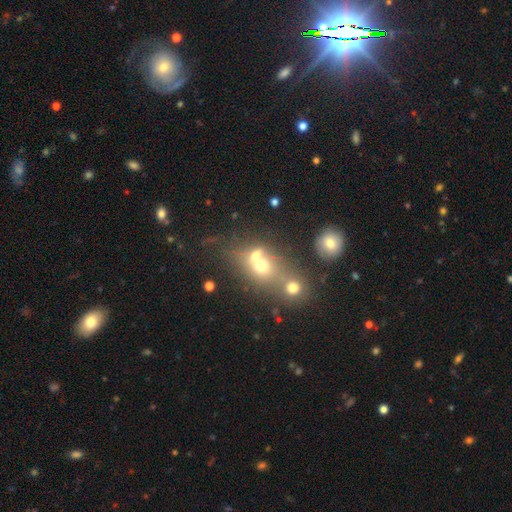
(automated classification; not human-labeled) A smooth galaxy with no disk features (60%) that is round (56%). Merging: merger (57%).